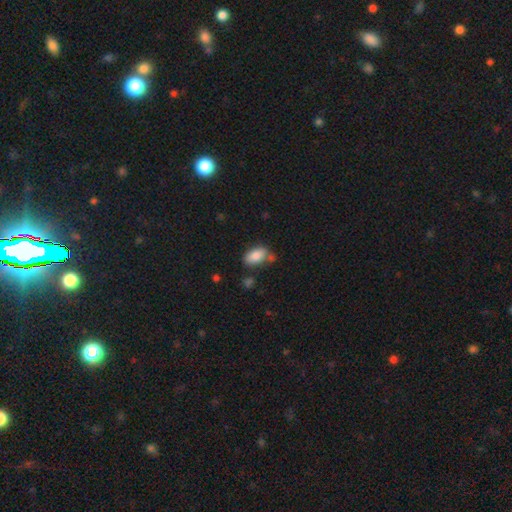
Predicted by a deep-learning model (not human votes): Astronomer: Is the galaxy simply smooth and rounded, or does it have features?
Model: smooth — 84%.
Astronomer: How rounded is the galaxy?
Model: in between — 93%.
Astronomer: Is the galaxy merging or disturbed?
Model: none — 63%.